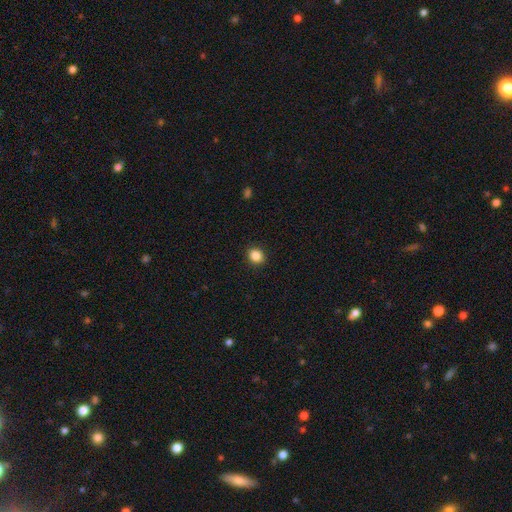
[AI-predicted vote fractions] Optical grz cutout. It shows a smooth galaxy with no disk features (86%) that is round (69%). Merging: none (91%).